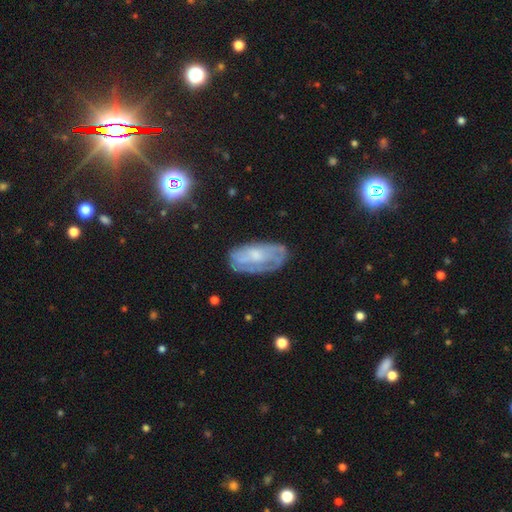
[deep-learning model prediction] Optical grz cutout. It shows a featured or disk galaxy (57%) with no bar (72%), spiral arms (60%) and a small central bulge (44%). Merging: none (62%).